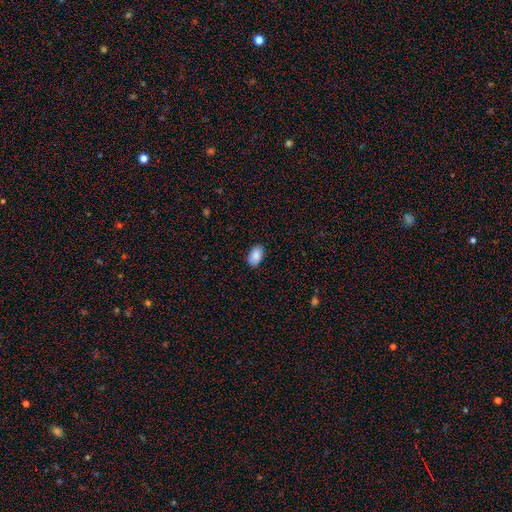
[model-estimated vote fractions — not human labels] A smooth galaxy with no disk features (88%) that is in between round and cigar-shaped (92%).

Vote fractions:
- Smooth or featured? smooth: 88% / star or artifact: 7% / featured or disk: 5%
- How rounded? in between: 92% / round: 7% / cigar-shaped: 1%
- Merging? none: 86% / minor disturbance: 11% / major disturbance: 2% / merger: 1%